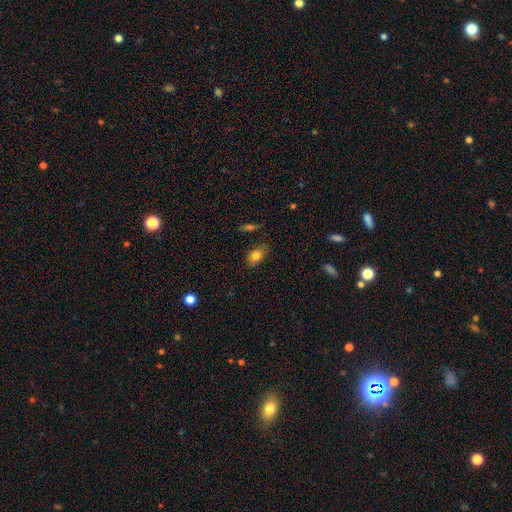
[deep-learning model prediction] smooth_or_featured: smooth (p=0.81) [alt: featured or disk p=0.09]
how_rounded: in between (p=0.83) [alt: round p=0.14]
merging: none (p=0.76) [alt: minor disturbance p=0.18]